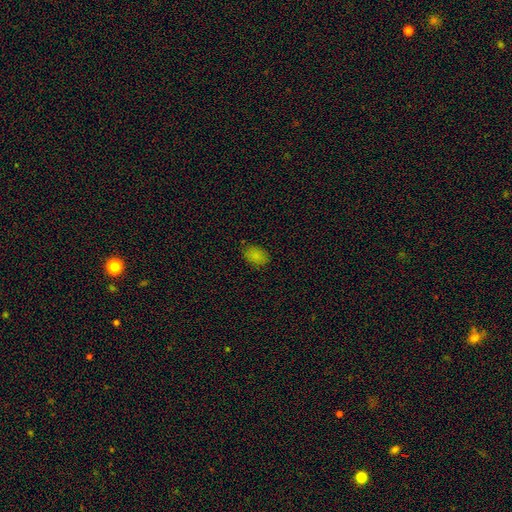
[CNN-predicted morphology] smooth 82%, star or artifact 13%, featured or disk 5%. Down the decision tree: how rounded — in between (81%); merging — none (82%).